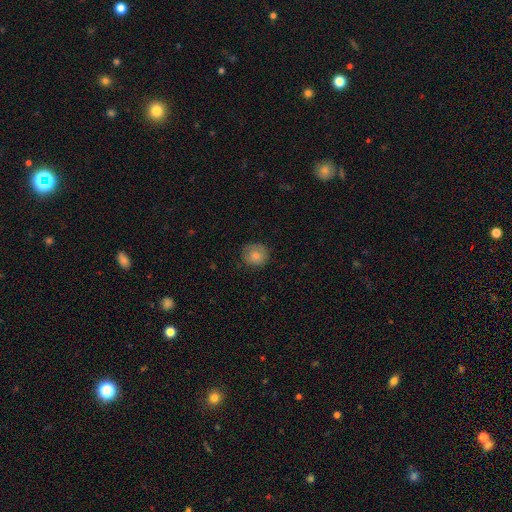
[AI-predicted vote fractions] The model was most divided on "merging": none: 78%, minor disturbance: 17%, major disturbance: 4%, merger: 1%. More confident: how rounded — round (87%); smooth or featured — smooth (82%).